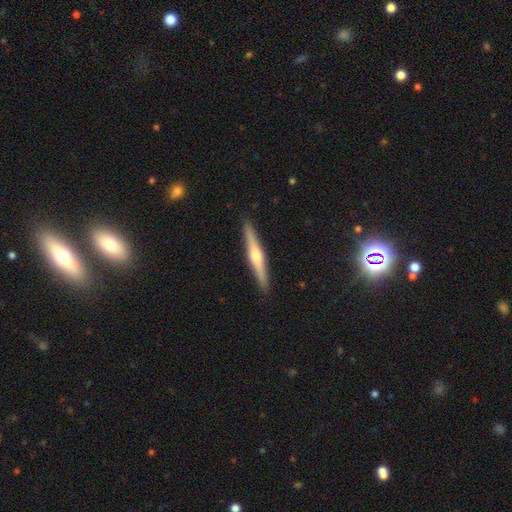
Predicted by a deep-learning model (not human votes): Smooth or featured? featured or disk (68%)
Edge-on disk? yes (98%)
Edge-on bulge? rounded (87%)
Merging? none (91%)